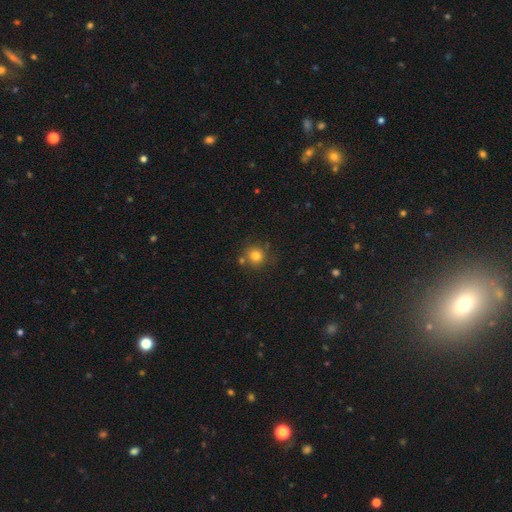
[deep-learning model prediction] Smooth or featured: smooth — 79% (star or artifact — 13%)
How rounded: round — 91% (in between — 8%)
Merging: none — 75% (merger — 11%)